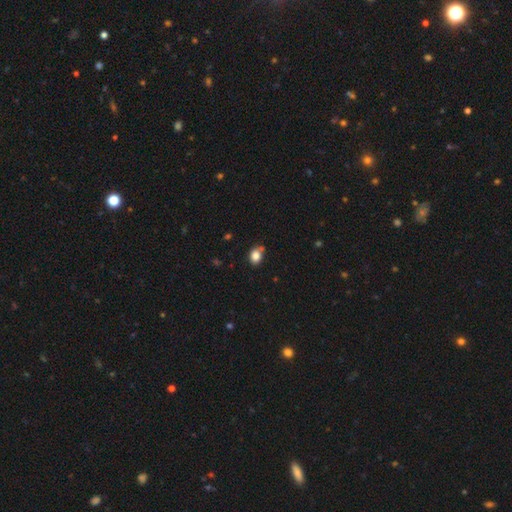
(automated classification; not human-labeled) This appears to be a smooth galaxy with no disk features (83%) that is in between round and cigar-shaped (57%). Merging: none (65%).